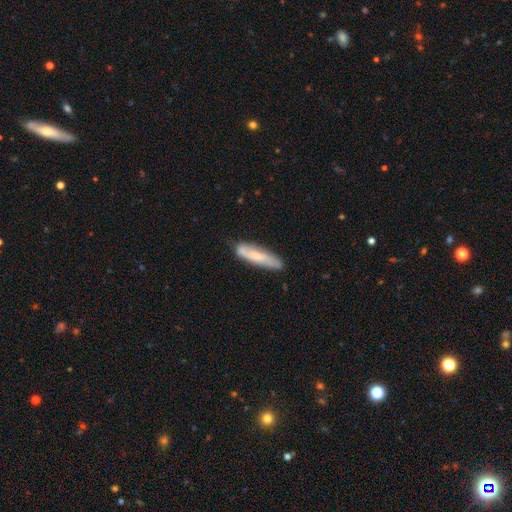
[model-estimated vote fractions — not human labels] Smooth or featured? Predicted: smooth (p=0.60). How rounded? Predicted: cigar-shaped (p=0.75). Merging? Predicted: none (p=0.76).